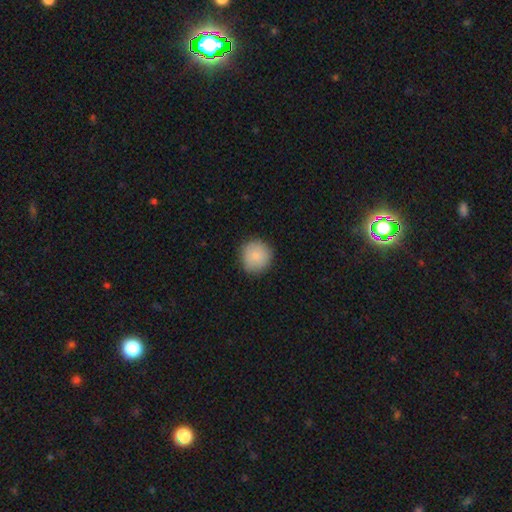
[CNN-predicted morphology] smooth-or-featured: smooth: 86% | star or artifact: 7% | featured or disk: 7%
  how-rounded: round: 93% | in between: 7% | cigar-shaped: 1%
  merging: none: 86% | minor disturbance: 11% | major disturbance: 2% | merger: 1%